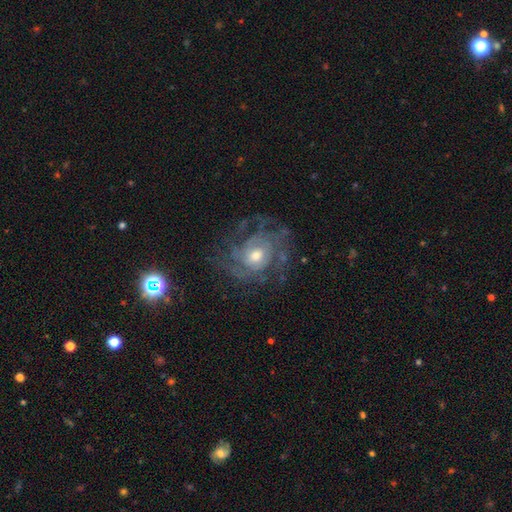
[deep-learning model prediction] This is clearly a featured or disk galaxy (82%). It is clearly not viewed edge-on (97%). Bar: likely no (70%). Spiral arm pattern: clearly yes (91%). Spiral arm count: marginally can't tell (42%). Spiral winding: possibly tight (56%). Central bulge: likely moderate (61%). Merging: likely none (66%).